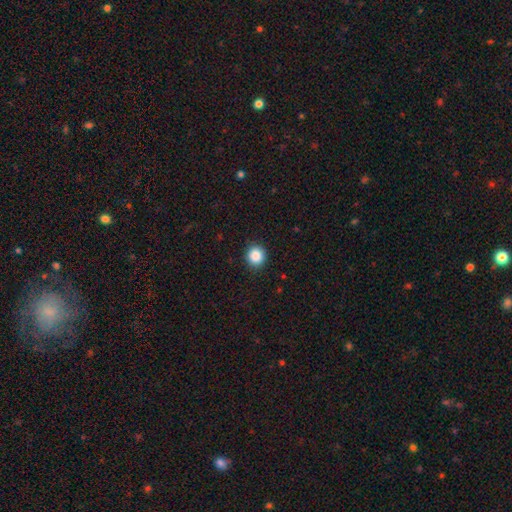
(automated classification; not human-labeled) A smooth galaxy with no disk features (87%) that is round (88%).

Vote fractions:
- Smooth or featured? smooth: 87% / star or artifact: 9% / featured or disk: 3%
- How rounded? round: 88% / in between: 11% / cigar-shaped: 1%
- Merging? none: 91% / minor disturbance: 6% / major disturbance: 2% / merger: 1%